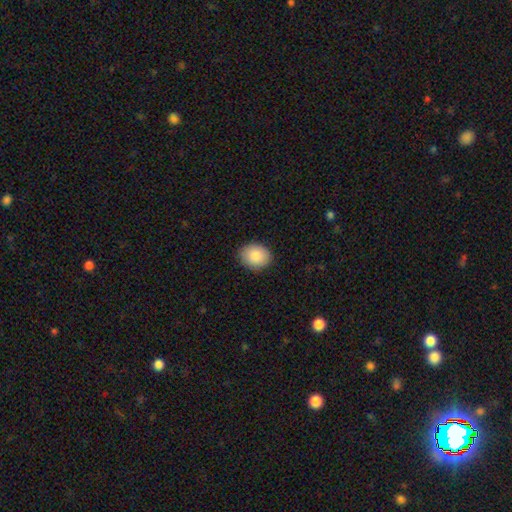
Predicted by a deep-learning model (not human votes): The model was most divided on "how rounded": round: 51%, in between: 49%, cigar-shaped: 1%. More confident: merging — none (87%); smooth or featured — smooth (86%).